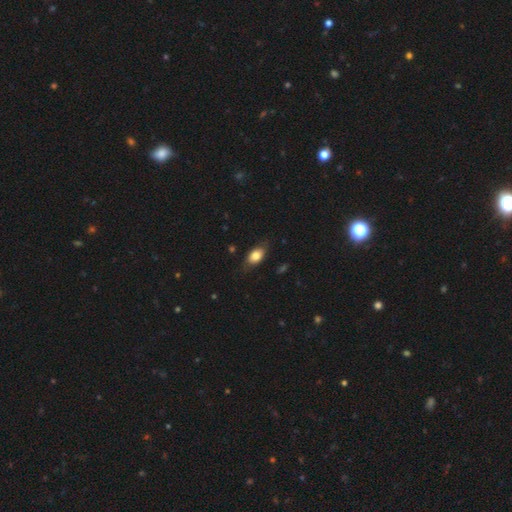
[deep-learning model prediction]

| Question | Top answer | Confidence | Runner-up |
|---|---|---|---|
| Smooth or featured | smooth | 78% | featured or disk (15%) |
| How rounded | in between | 85% | round (10%) |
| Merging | none | 74% | minor disturbance (20%) |